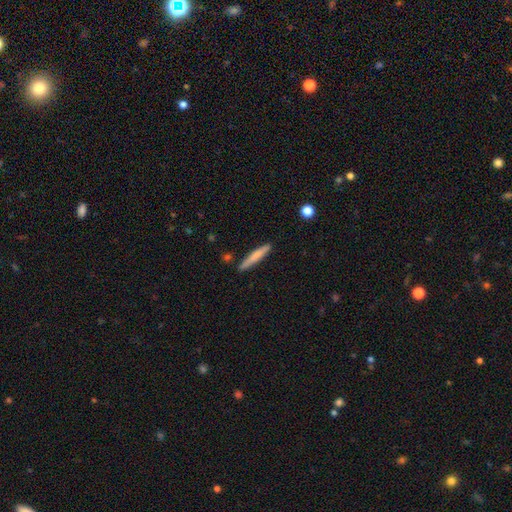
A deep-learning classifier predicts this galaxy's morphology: A smooth galaxy with no disk features (69%) that is cigar-shaped (94%).

Vote fractions:
- Smooth or featured? smooth: 69% / featured or disk: 25% / star or artifact: 6%
- How rounded? cigar-shaped: 94% / in between: 5% / round: 1%
- Merging? none: 85% / minor disturbance: 10% / merger: 2% / major disturbance: 2%